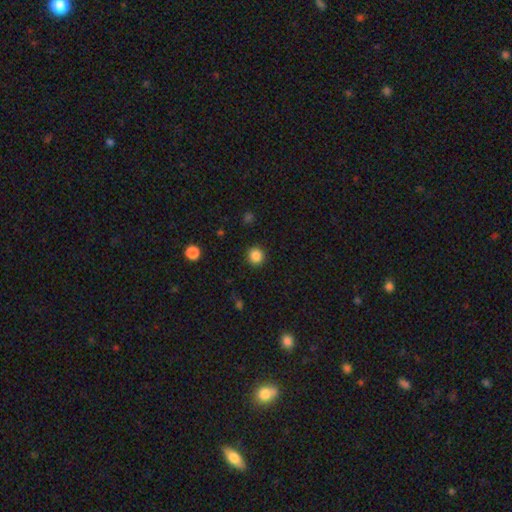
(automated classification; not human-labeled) Morphology: type=smooth (86%); roundness=round (94%); merging=none (91%).